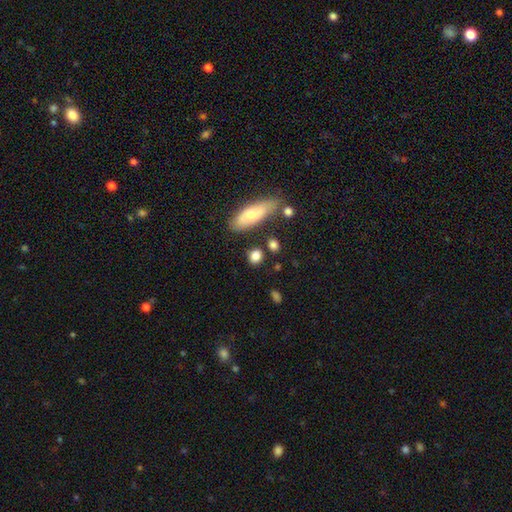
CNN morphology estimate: The model was most divided on "how rounded": round: 59%, in between: 35%, cigar-shaped: 6%. More confident: smooth or featured — smooth (82%); merging — none (77%).